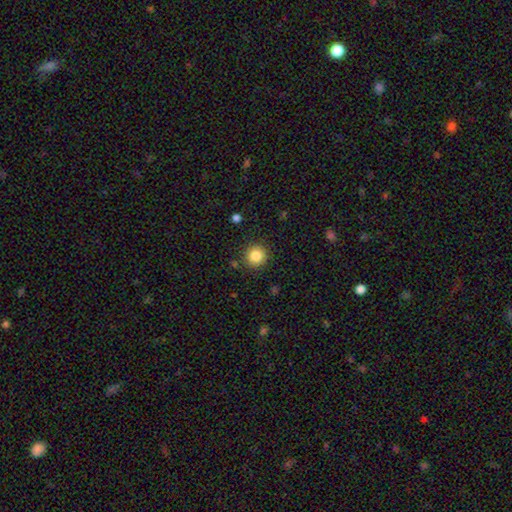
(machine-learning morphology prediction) Overall: smooth (85%). How rounded: round (93%). Merging: none (89%).